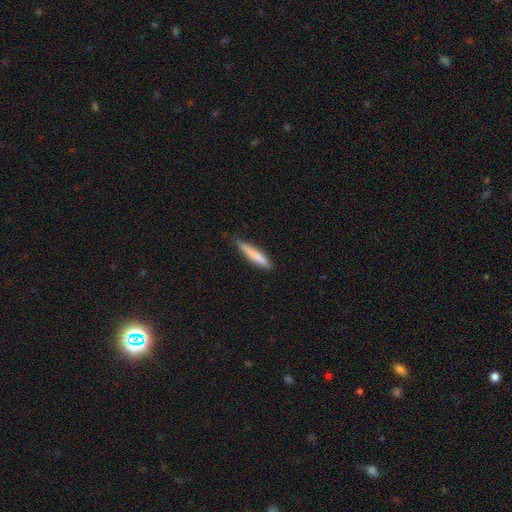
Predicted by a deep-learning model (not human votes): Smooth or featured? Predicted: smooth (p=0.79). How rounded? Predicted: cigar-shaped (p=0.90). Merging? Predicted: none (p=0.74).